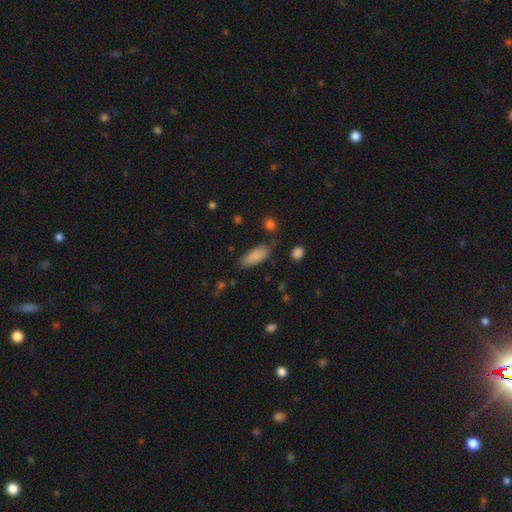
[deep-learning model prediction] smooth_or_featured: smooth (p=0.86) [alt: star or artifact p=0.07]
how_rounded: in between (p=0.79) [alt: cigar-shaped p=0.19]
merging: none (p=0.72) [alt: minor disturbance p=0.19]